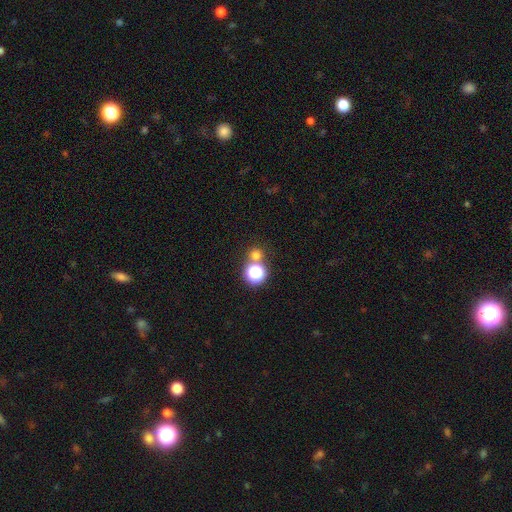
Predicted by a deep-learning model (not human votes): Smooth or featured? smooth (65%)
How rounded? round (89%)
Merging? none (65%)